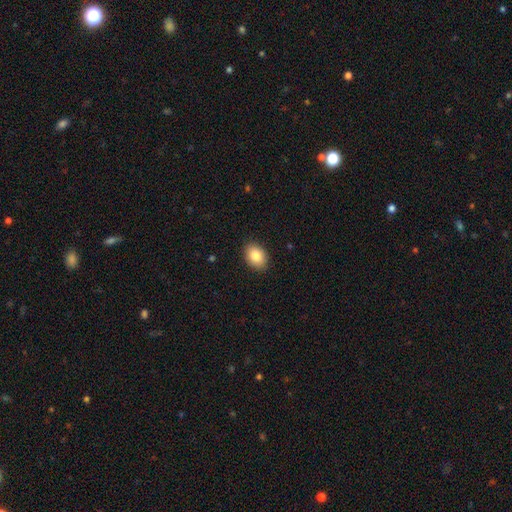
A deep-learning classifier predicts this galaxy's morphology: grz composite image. It shows a smooth galaxy with no disk features (85%) that is in between round and cigar-shaped (79%). Merging: none (89%).